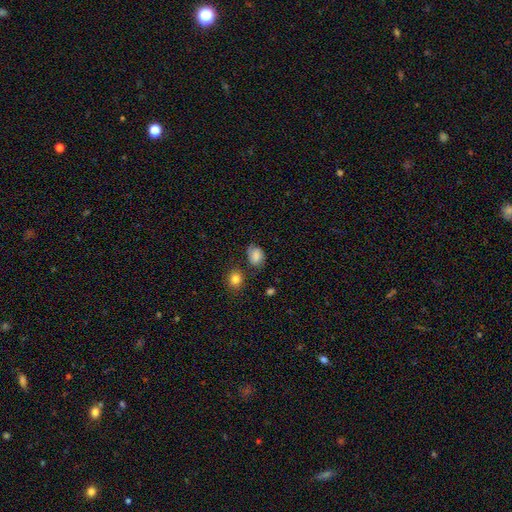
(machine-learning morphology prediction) Overall: smooth (63%; featured or disk 26%). How rounded: in between (67%; round 32%). Merging: none (64%).